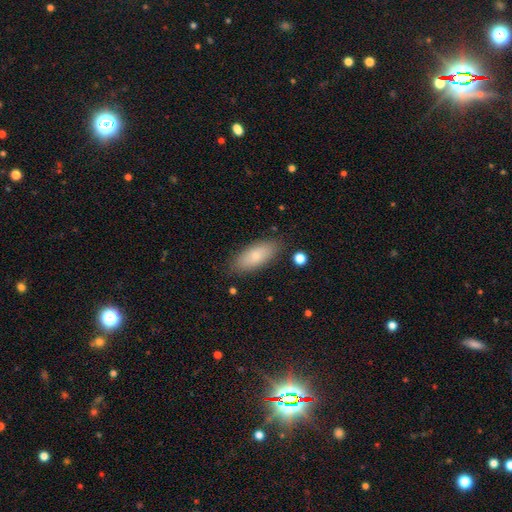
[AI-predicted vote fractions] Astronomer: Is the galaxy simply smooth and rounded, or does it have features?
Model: smooth — 80%.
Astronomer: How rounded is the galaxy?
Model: in between — 82%.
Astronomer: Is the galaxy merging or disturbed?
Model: none — 84%.